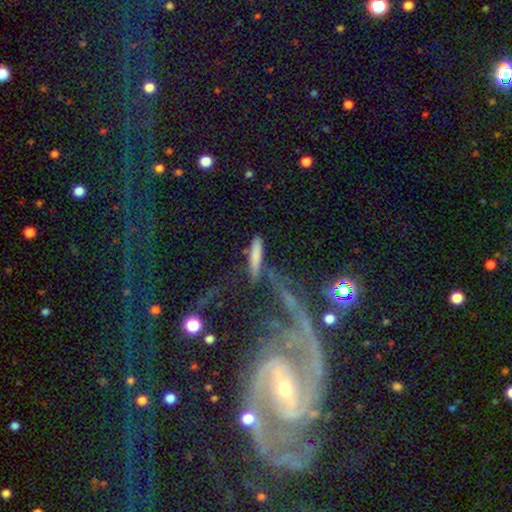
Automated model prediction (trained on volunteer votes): smooth-or-featured: smooth: 76% | featured or disk: 16% | star or artifact: 8%
  how-rounded: cigar-shaped: 83% | in between: 14% | round: 2%
  merging: none: 60% | minor disturbance: 18% | merger: 13% | major disturbance: 9%